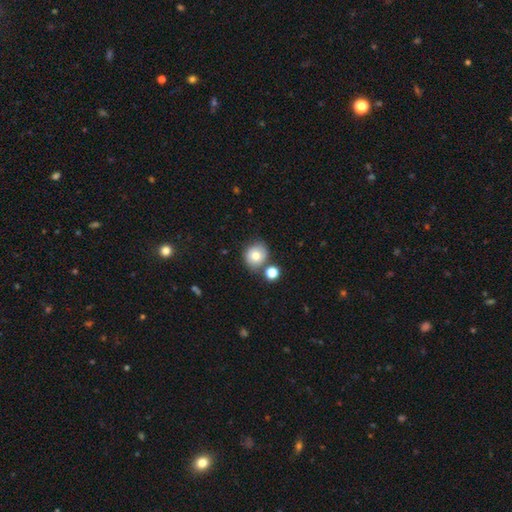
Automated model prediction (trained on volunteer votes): Morphology: type=smooth (72%); roundness=round (76%); merging=none (68%).